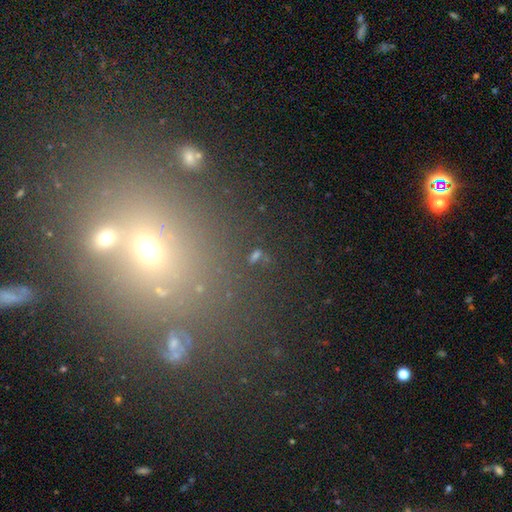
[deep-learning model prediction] Morphology: type=star or artifact (46%).